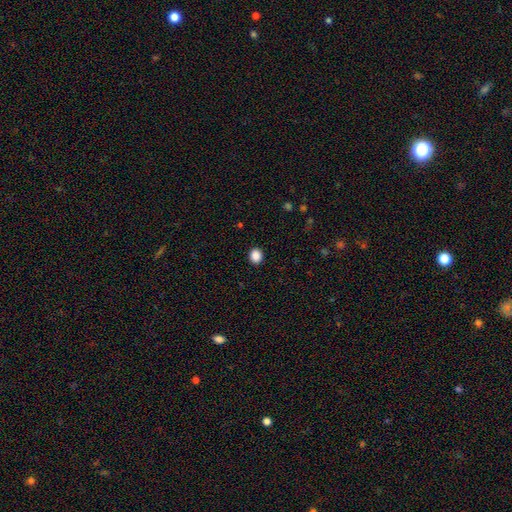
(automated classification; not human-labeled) smooth_or_featured: smooth (p=0.88) [alt: star or artifact p=0.10]
how_rounded: round (p=0.77) [alt: in between p=0.22]
merging: none (p=0.92) [alt: minor disturbance p=0.05]